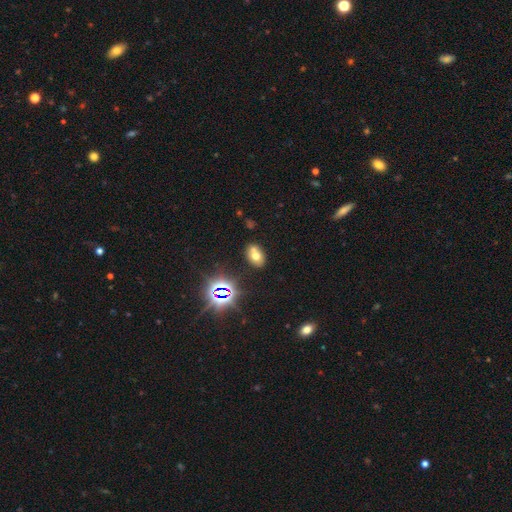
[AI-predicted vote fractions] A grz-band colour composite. It shows a smooth galaxy with no disk features (60%) that is in between round and cigar-shaped (75%). Merging: none (55%).